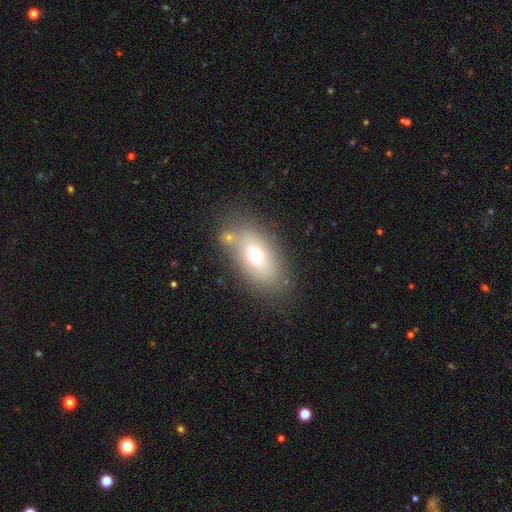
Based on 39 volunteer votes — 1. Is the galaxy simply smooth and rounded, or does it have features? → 77% smooth, 15% featured or disk, 8% star or artifact.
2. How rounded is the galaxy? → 80% in between, 10% round, 10% cigar-shaped.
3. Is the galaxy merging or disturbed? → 69% none, 14% minor disturbance, 8% major disturbance, 8% merger.